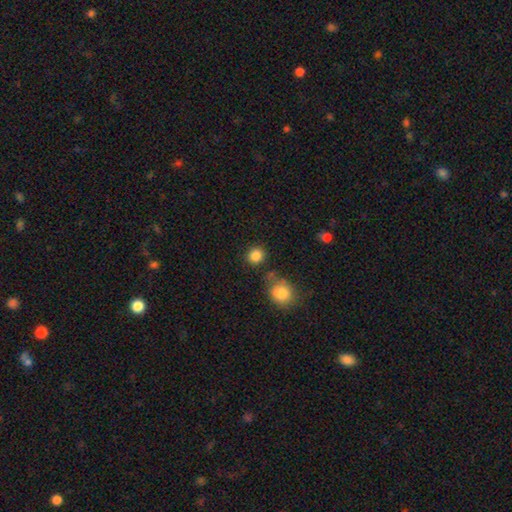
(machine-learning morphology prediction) Smooth or featured?
  - smooth: 85% *
  - star or artifact: 11%
  - featured or disk: 4%
How rounded?
  - round: 85% *
  - in between: 14%
  - cigar-shaped: 1%
Merging?
  - none: 80% *
  - minor disturbance: 9%
  - merger: 7%
  - major disturbance: 3%